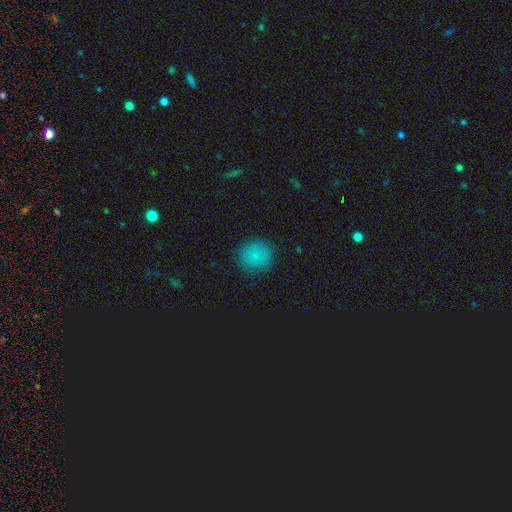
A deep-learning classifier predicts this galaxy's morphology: Q: Smooth or featured?
A: smooth (81%); runner-up: star or artifact (13%)
Q: How rounded?
A: round (90%); runner-up: in between (9%)
Q: Merging?
A: none (87%); runner-up: minor disturbance (9%)